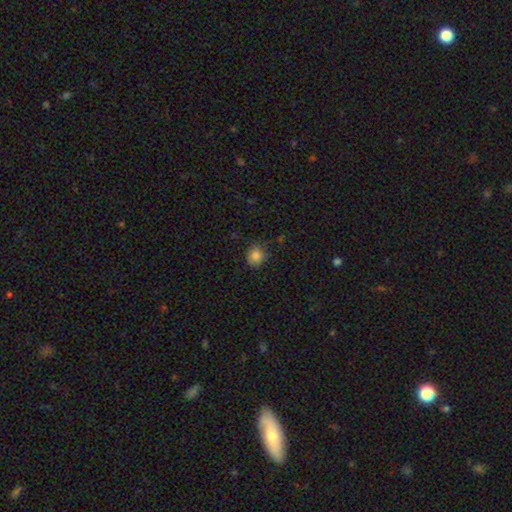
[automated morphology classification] A smooth galaxy with no disk features (84%) that is round (81%).

Vote fractions:
- Smooth or featured? smooth: 84% / star or artifact: 11% / featured or disk: 5%
- How rounded? round: 81% / in between: 19% / cigar-shaped: 1%
- Merging? none: 75% / minor disturbance: 19% / major disturbance: 4% / merger: 1%